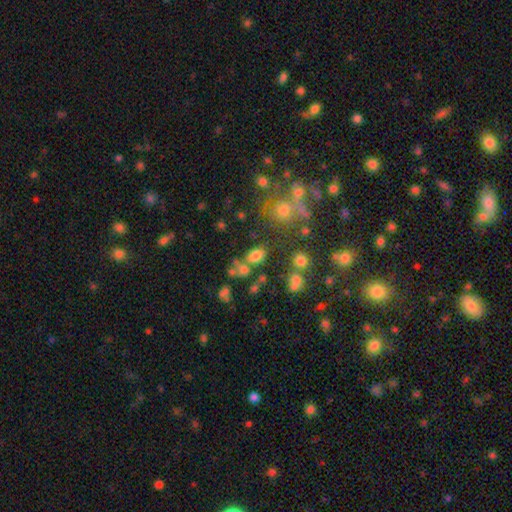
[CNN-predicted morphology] smooth 73%, star or artifact 17%, featured or disk 10%. Down the decision tree: how rounded — in between (74%); merging — none (60%).